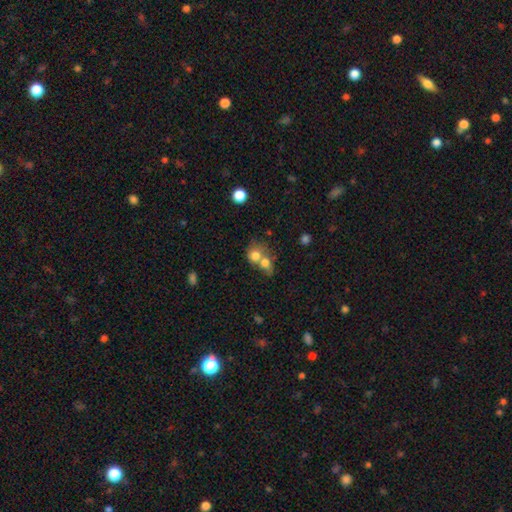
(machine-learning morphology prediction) Overall: smooth (74%). How rounded: round (71%). Merging: merger (65%).